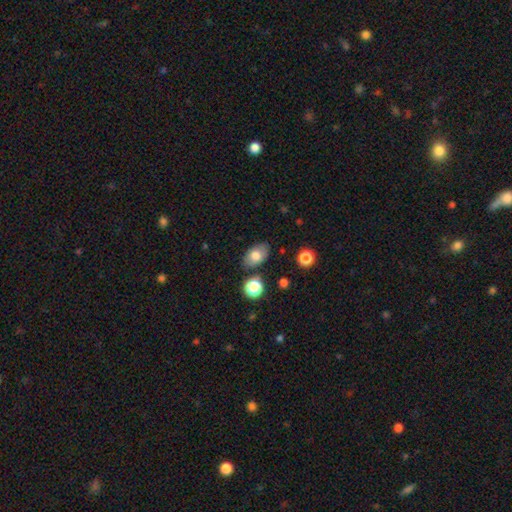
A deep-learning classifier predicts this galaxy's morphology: smooth 75%, featured or disk 16%, star or artifact 9%. Down the decision tree: how rounded — in between (88%); merging — none (80%).